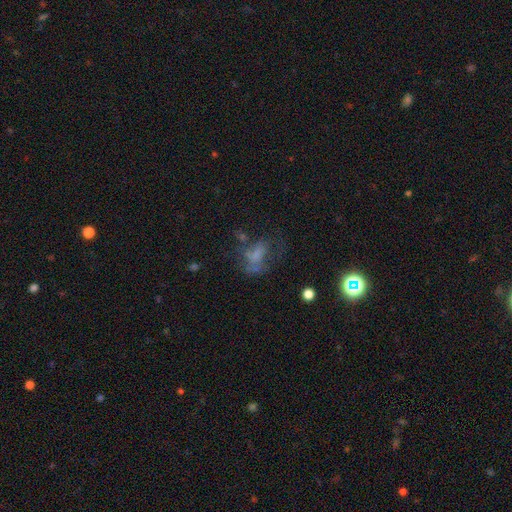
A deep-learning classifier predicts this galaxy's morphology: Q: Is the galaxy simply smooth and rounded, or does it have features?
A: smooth — 42%.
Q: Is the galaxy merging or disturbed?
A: major disturbance — 38%.